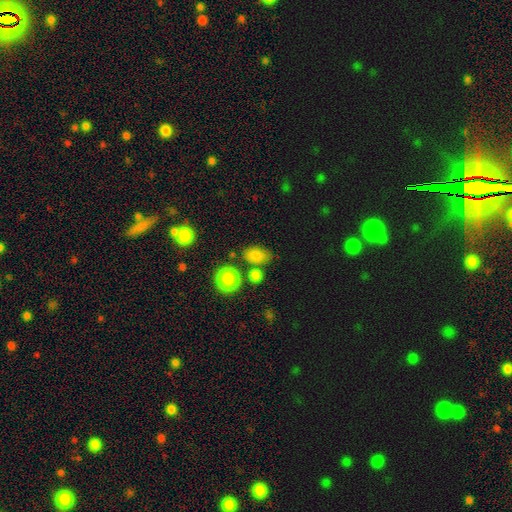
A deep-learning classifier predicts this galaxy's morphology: A smooth galaxy with no disk features (80%) that is in between round and cigar-shaped (76%).

Vote fractions:
- Smooth or featured? smooth: 80% / star or artifact: 14% / featured or disk: 6%
- How rounded? in between: 76% / round: 22% / cigar-shaped: 2%
- Merging? none: 72% / minor disturbance: 14% / merger: 10% / major disturbance: 5%